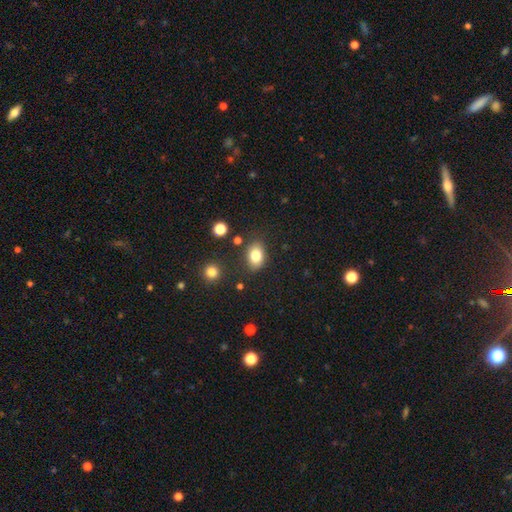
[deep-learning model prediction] A smooth galaxy with no disk features (81%) that is in between round and cigar-shaped (78%).

Vote fractions:
- Smooth or featured? smooth: 81% / star or artifact: 10% / featured or disk: 9%
- How rounded? in between: 78% / round: 21% / cigar-shaped: 1%
- Merging? none: 80% / minor disturbance: 12% / merger: 4% / major disturbance: 3%